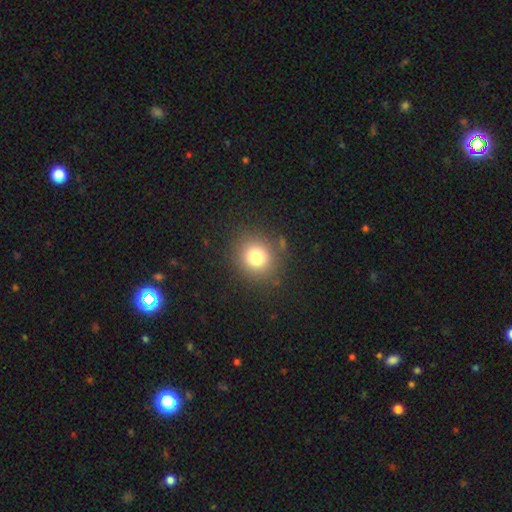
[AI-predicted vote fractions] A smooth galaxy with no disk features (73%) that is round (89%).

Vote fractions:
- Smooth or featured? smooth: 73% / star or artifact: 20% / featured or disk: 7%
- How rounded? round: 89% / in between: 10% / cigar-shaped: 1%
- Merging? none: 89% / minor disturbance: 7% / major disturbance: 2% / merger: 2%